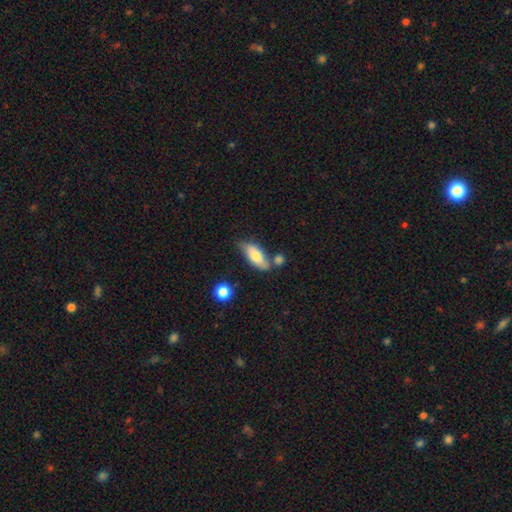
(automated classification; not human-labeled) Smooth or featured? smooth (70%)
How rounded? in between (81%)
Merging? none (55%)